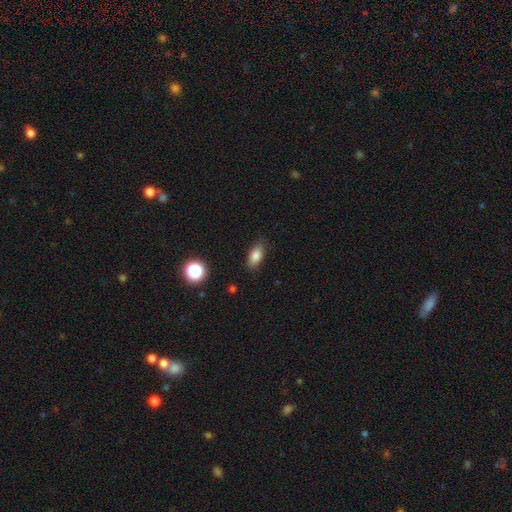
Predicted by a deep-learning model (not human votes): smooth 84%, star or artifact 10%, featured or disk 7%. Down the decision tree: how rounded — in between (86%); merging — none (82%).